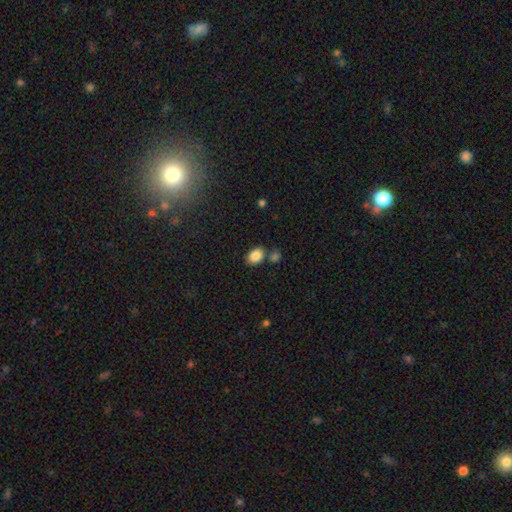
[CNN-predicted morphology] Smooth or featured? smooth (87%)
How rounded? in between (77%)
Merging? none (71%)